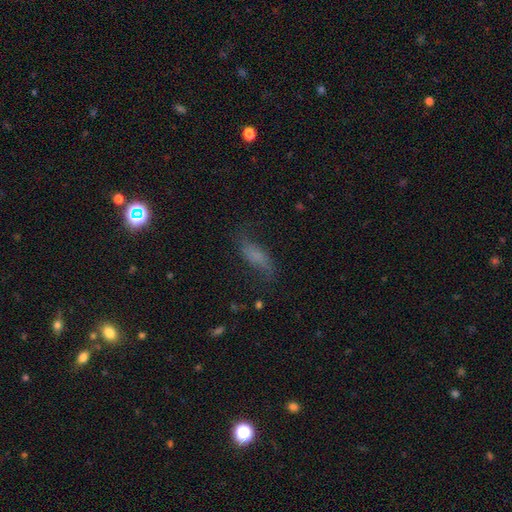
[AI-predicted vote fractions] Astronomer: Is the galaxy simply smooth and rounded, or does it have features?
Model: smooth — 44% (runner-up: featured or disk, 39%).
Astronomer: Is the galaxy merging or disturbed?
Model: none — 60%.